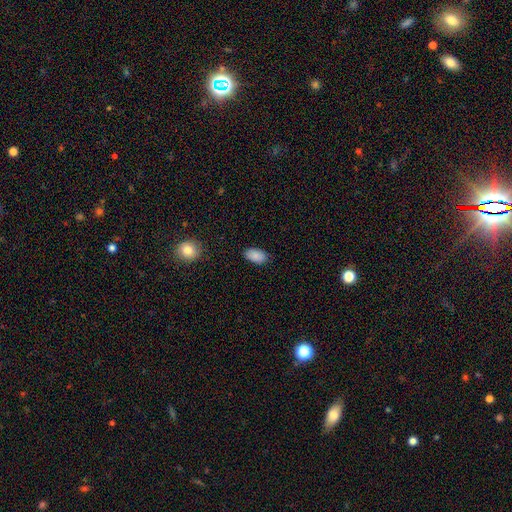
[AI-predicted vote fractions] The model was most divided on "merging": none: 85%, minor disturbance: 12%, major disturbance: 2%, merger: 1%. More confident: how rounded — in between (94%); smooth or featured — smooth (87%).